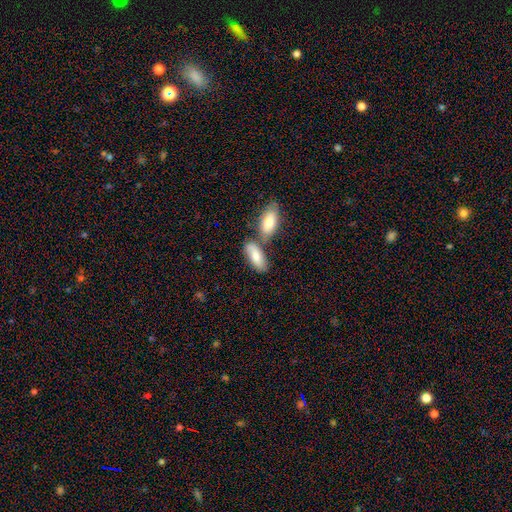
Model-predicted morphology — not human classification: Overall: smooth (74%). How rounded: in between (83%). Merging: none (46%; merger 37%).